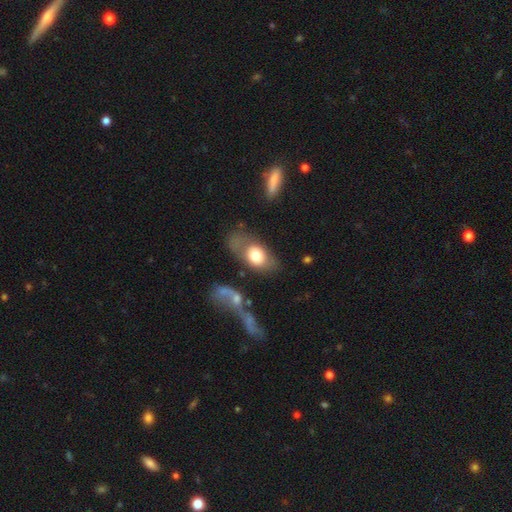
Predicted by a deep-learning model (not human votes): A smooth galaxy with no disk features (66%) that is in between round and cigar-shaped (82%). Merging: none (47%).